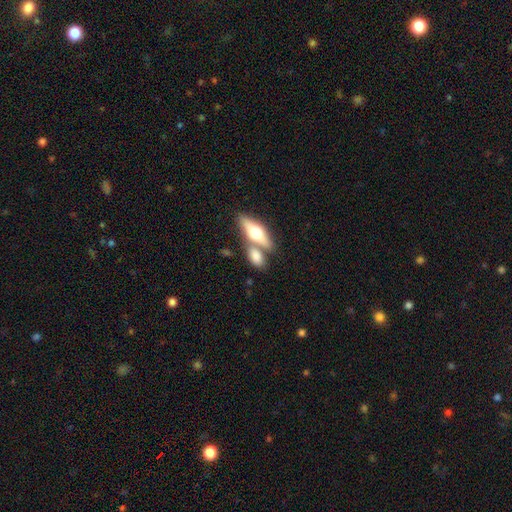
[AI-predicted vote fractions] Smooth or featured: smooth — 64% (featured or disk — 30%)
How rounded: in between — 70% (cigar-shaped — 22%)
Merging: none — 47% (merger — 39%)